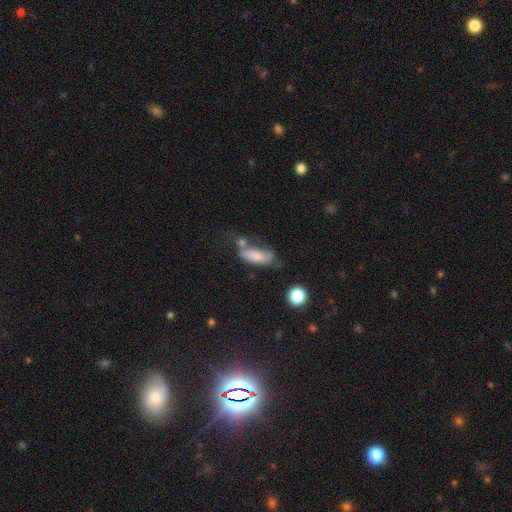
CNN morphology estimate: Q: Smooth or featured?
A: smooth (73%); runner-up: featured or disk (19%)
Q: How rounded?
A: in between (73%); runner-up: cigar-shaped (23%)
Q: Merging?
A: none (33%); runner-up: minor disturbance (24%)